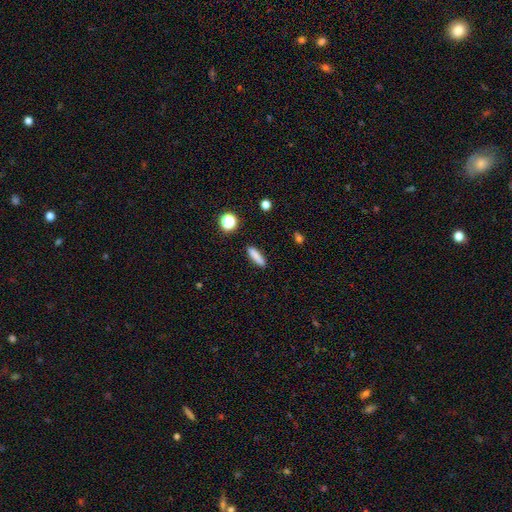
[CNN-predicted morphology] This is clearly a smooth galaxy (83%). How rounded: likely cigar-shaped (73%). Merging: clearly none (88%).